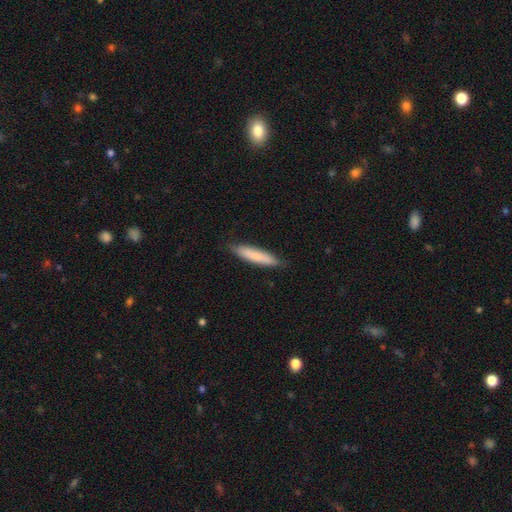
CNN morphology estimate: A smooth galaxy with no disk features (78%) that is cigar-shaped (85%). Merging: none (86%).